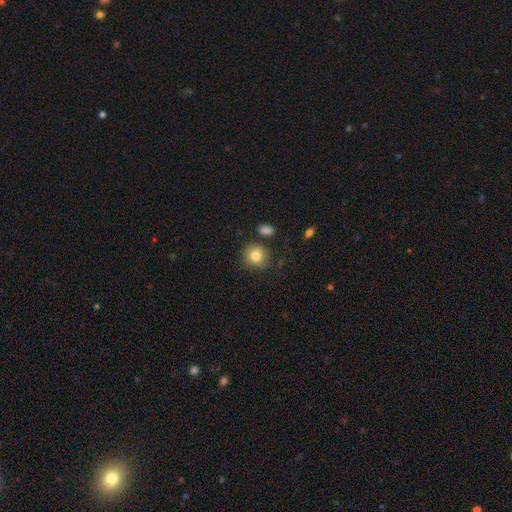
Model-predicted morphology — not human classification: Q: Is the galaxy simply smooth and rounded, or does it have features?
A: smooth — 81%.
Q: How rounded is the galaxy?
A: round — 87%.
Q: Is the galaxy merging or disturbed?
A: none — 80%.